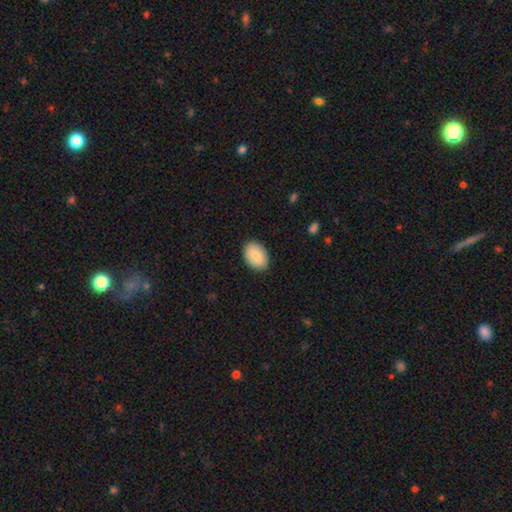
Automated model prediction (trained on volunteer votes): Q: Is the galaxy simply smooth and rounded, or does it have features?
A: smooth — 85%.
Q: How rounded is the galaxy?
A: in between — 85%.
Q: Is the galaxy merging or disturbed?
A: none — 88%.